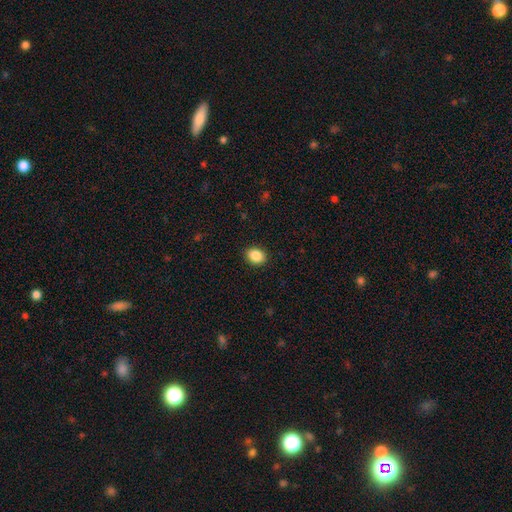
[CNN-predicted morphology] Smooth or featured?
  - smooth: 88% *
  - star or artifact: 8%
  - featured or disk: 4%
How rounded?
  - in between: 55% *
  - round: 44%
  - cigar-shaped: 1%
Merging?
  - none: 90% *
  - minor disturbance: 7%
  - major disturbance: 2%
  - merger: 1%